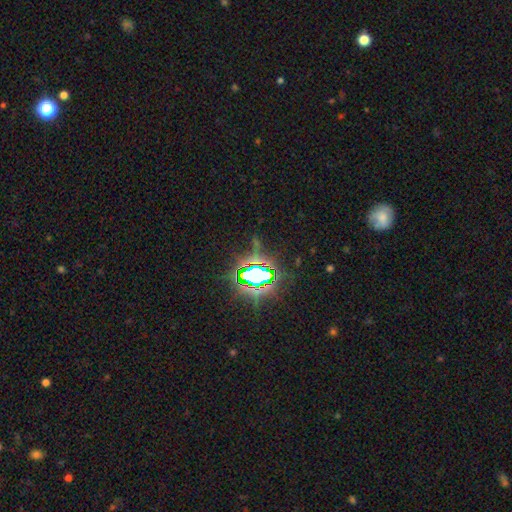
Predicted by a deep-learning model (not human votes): Smooth or featured? Predicted: star or artifact (p=0.83).